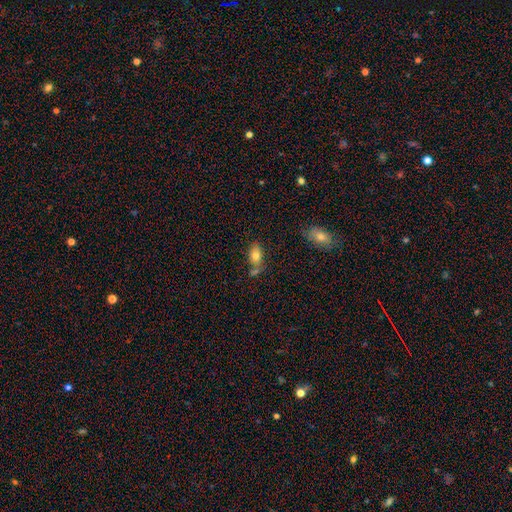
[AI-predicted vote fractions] Q: Smooth or featured?
A: smooth (77%); runner-up: featured or disk (15%)
Q: How rounded?
A: in between (89%); runner-up: round (7%)
Q: Merging?
A: none (58%); runner-up: merger (19%)